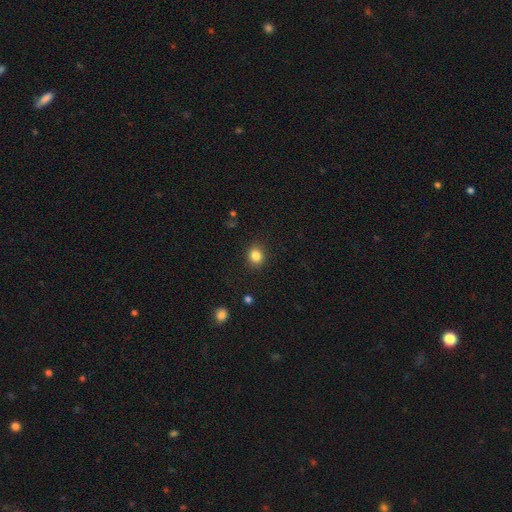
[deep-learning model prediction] smooth_or_featured: smooth (p=0.84) [alt: star or artifact p=0.11]
how_rounded: round (p=0.71) [alt: in between p=0.28]
merging: none (p=0.88) [alt: minor disturbance p=0.08]